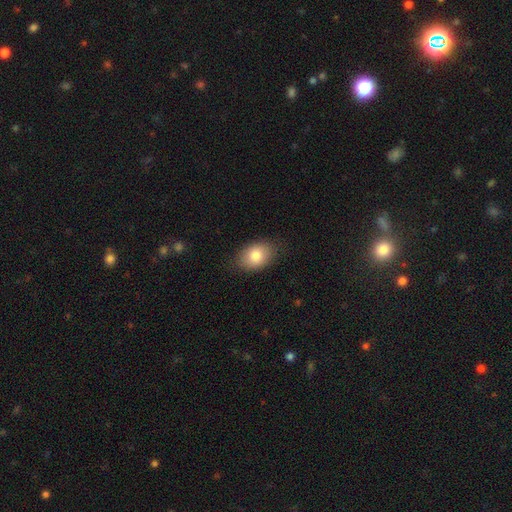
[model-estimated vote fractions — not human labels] A smooth galaxy with no disk features (81%) that is in between round and cigar-shaped (83%).

Vote fractions:
- Smooth or featured? smooth: 81% / featured or disk: 11% / star or artifact: 8%
- How rounded? in between: 83% / round: 16% / cigar-shaped: 1%
- Merging? none: 83% / minor disturbance: 13% / major disturbance: 3% / merger: 1%